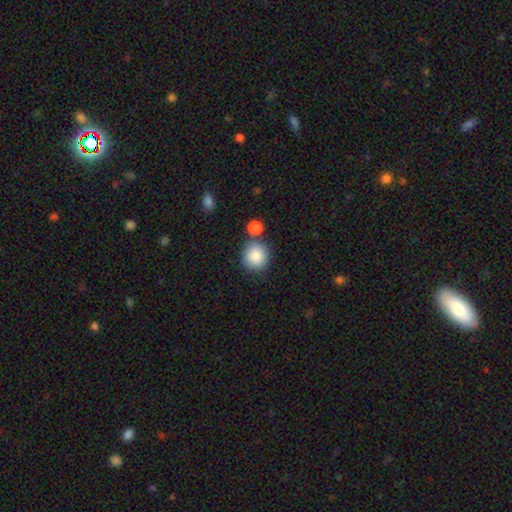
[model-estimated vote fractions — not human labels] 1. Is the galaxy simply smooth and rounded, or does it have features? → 87% smooth, 8% star or artifact, 5% featured or disk.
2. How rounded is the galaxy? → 88% round, 11% in between, 1% cigar-shaped.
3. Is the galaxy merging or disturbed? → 72% none, 14% merger, 11% minor disturbance, 3% major disturbance.